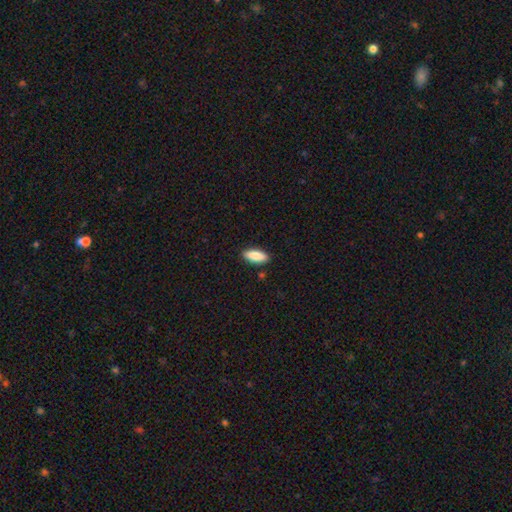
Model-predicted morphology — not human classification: type=smooth (87%); roundness=in between (76%); merging=none (89%).